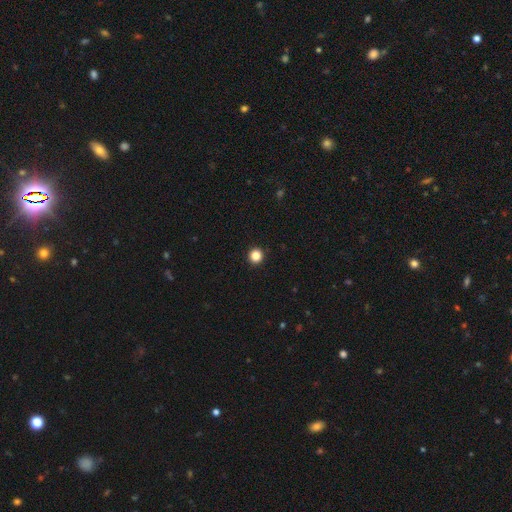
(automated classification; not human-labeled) Smooth or featured?
  - smooth: 85% *
  - star or artifact: 12%
  - featured or disk: 3%
How rounded?
  - round: 95% *
  - in between: 4%
  - cigar-shaped: 1%
Merging?
  - none: 94% *
  - minor disturbance: 4%
  - major disturbance: 1%
  - merger: 1%